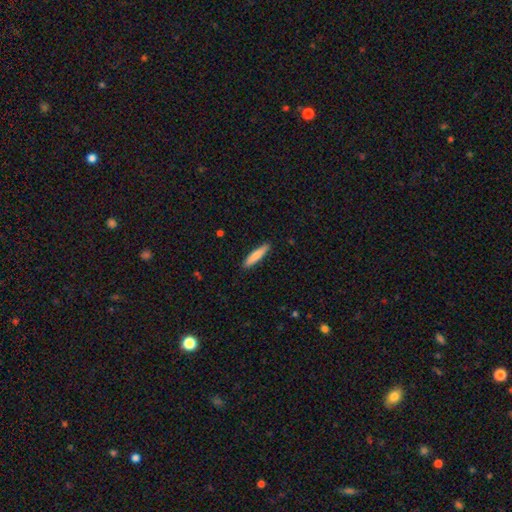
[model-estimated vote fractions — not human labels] Smooth or featured? smooth (81%)
How rounded? cigar-shaped (85%)
Merging? none (89%)